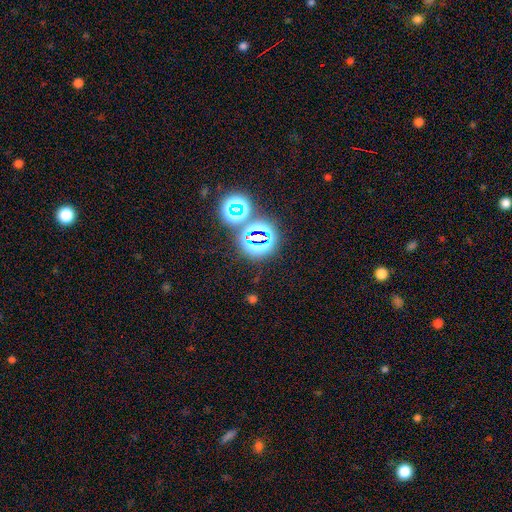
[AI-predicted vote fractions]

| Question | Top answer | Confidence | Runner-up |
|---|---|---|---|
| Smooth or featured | star or artifact | 74% | smooth (17%) |